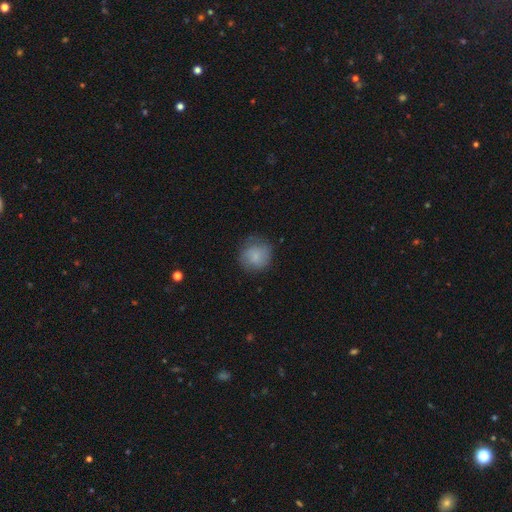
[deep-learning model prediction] Smooth or featured: smooth — 78% (featured or disk — 15%)
How rounded: round — 89% (in between — 10%)
Merging: none — 73% (minor disturbance — 20%)